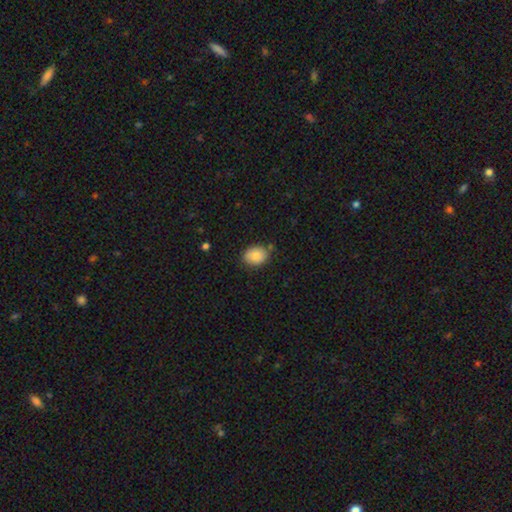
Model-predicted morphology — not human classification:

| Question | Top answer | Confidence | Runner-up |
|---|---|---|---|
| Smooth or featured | smooth | 84% | featured or disk (8%) |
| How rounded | in between | 59% | round (40%) |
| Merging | none | 80% | minor disturbance (14%) |